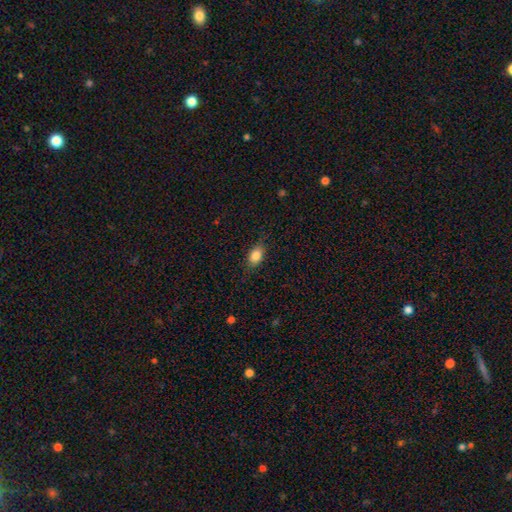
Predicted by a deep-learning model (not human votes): Smooth or featured? Predicted: smooth (p=0.85). How rounded? Predicted: in between (p=0.85). Merging? Predicted: none (p=0.83).